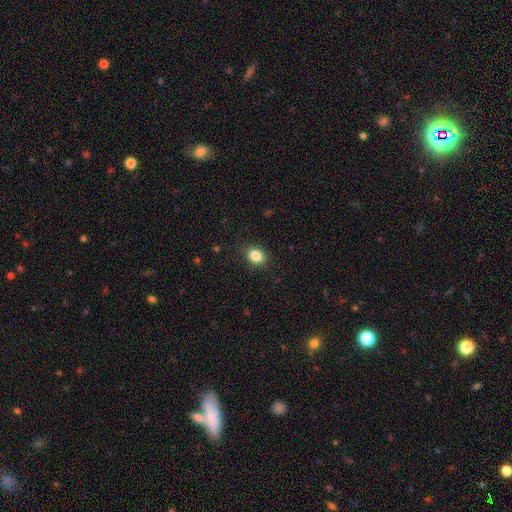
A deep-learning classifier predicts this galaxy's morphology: Smooth or featured? smooth (85%)
How rounded? in between (54%)
Merging? none (86%)